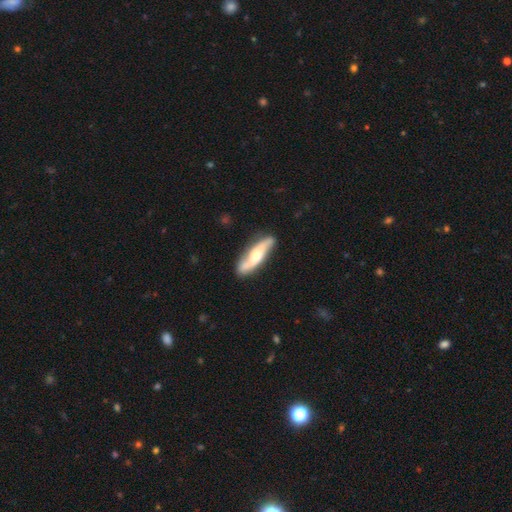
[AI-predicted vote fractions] The model was most divided on "smooth or featured": featured or disk: 60%, smooth: 35%, star or artifact: 5%. More confident: merging — none (79%); edge-on disk — no (66%).